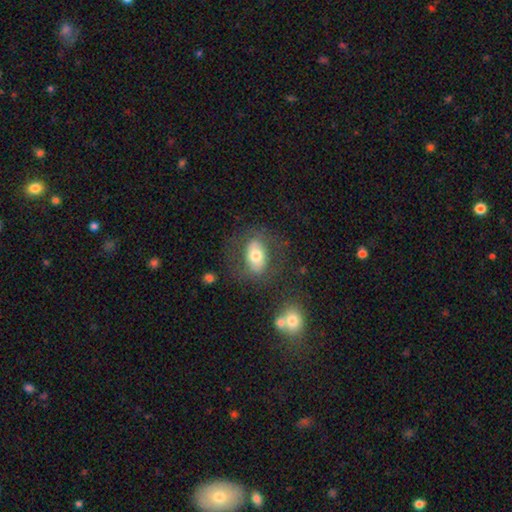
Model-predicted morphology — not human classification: The model was most divided on "smooth or featured": smooth: 59%, featured or disk: 33%, star or artifact: 8%. More confident: how rounded — in between (84%); merging — none (70%).